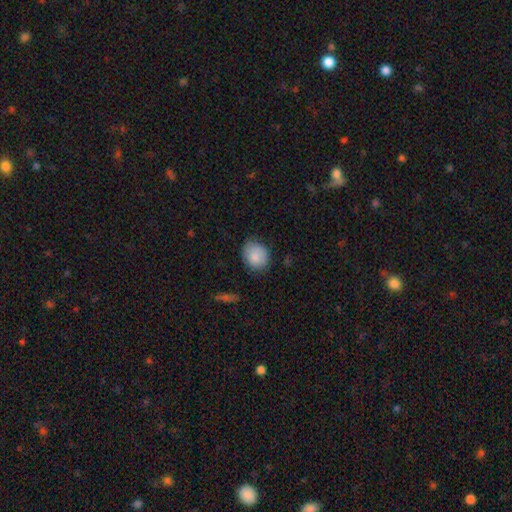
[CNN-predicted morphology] The model was most divided on "how rounded": round: 64%, in between: 35%, cigar-shaped: 1%. More confident: smooth or featured — smooth (85%); merging — none (73%).